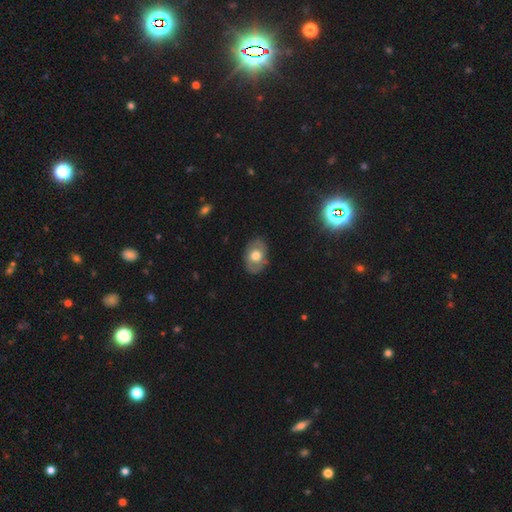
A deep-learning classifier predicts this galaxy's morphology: Smooth or featured: smooth — 56% (featured or disk — 37%)
How rounded: in between — 82% (round — 16%)
Merging: none — 82% (minor disturbance — 14%)